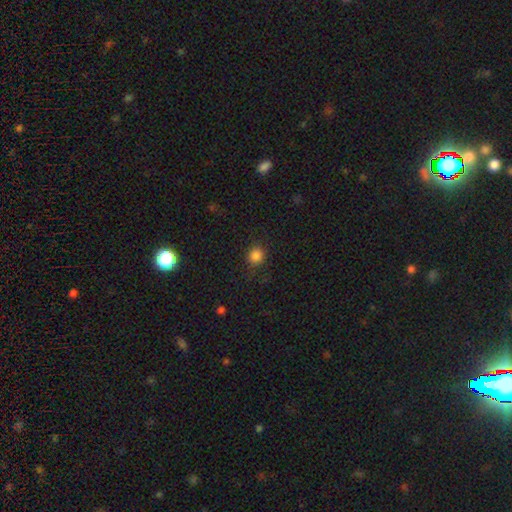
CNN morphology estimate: The model was most divided on "smooth or featured": smooth: 83%, star or artifact: 12%, featured or disk: 4%. More confident: how rounded — round (86%); merging — none (84%).